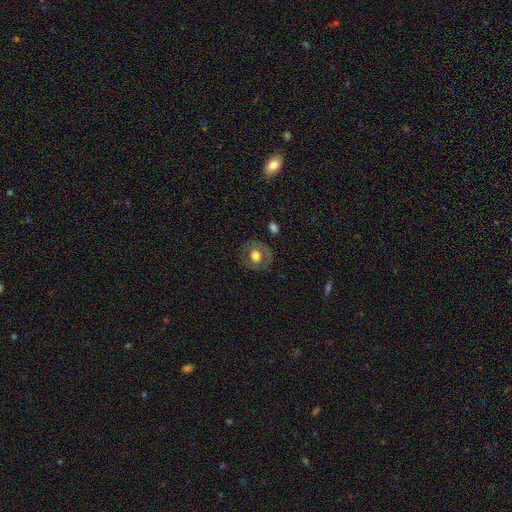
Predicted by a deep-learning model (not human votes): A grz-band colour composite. It shows a smooth galaxy with no disk features (54%) that is round (77%). Merging: none (79%).